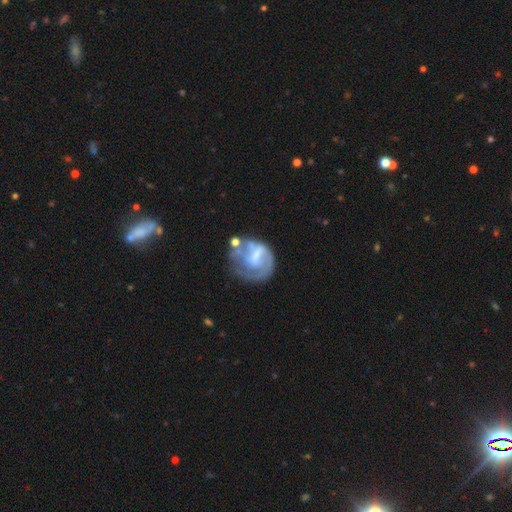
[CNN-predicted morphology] A featured or disk galaxy (62%) with no bar (42%), spiral arms (51%) and no central bulge (43%).

Vote fractions:
- Smooth or featured? featured or disk: 62% / smooth: 29% / star or artifact: 8%
- Edge-on disk? no: 98% / yes: 2%
- Bar? no: 42% / weak: 40% / strong: 19%
- Spiral arms? yes: 51% / no: 49%
- Bulge size? none: 43% / moderate: 25% / small: 24% / large: 6% / dominant: 2%
- Merging? none: 36% / major disturbance: 32% / minor disturbance: 22% / merger: 10%